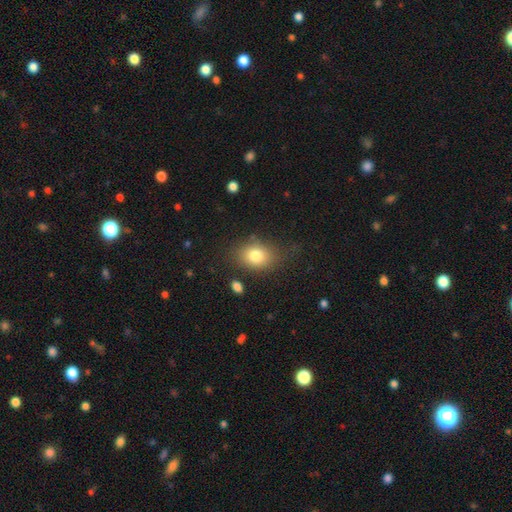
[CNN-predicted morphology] This appears to be a smooth galaxy with no disk features (79%) that is in between round and cigar-shaped (60%). Merging: none (70%).